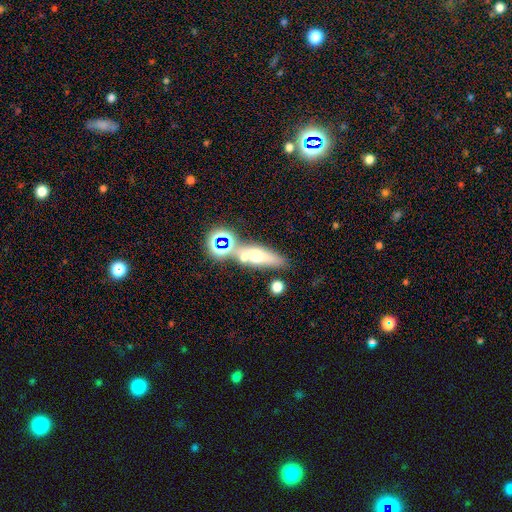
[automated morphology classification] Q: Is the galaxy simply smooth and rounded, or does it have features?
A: smooth — 47%.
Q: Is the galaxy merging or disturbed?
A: none — 63%.